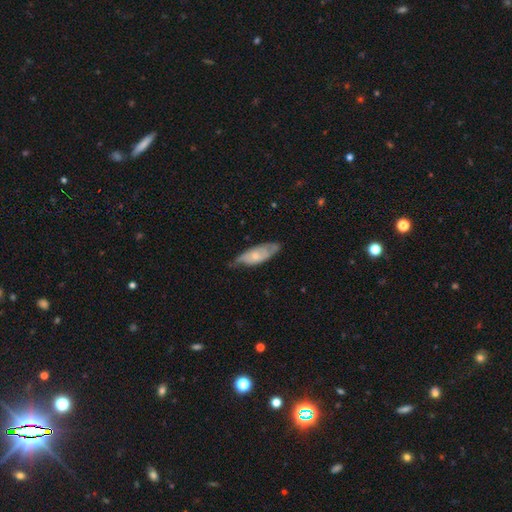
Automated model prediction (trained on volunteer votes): Overall: smooth (48%; featured or disk 46%). Merging: none (50%; minor disturbance 38%).